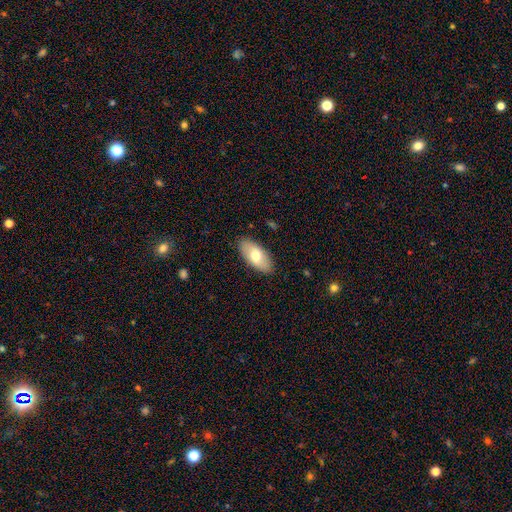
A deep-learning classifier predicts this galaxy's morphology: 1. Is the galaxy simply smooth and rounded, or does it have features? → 69% smooth, 25% featured or disk, 6% star or artifact.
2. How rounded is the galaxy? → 91% in between, 6% cigar-shaped, 3% round.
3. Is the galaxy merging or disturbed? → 87% none, 9% minor disturbance, 2% major disturbance, 1% merger.